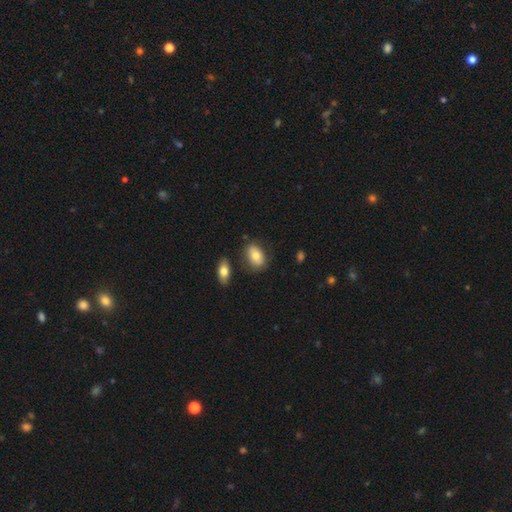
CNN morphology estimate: Q: Smooth or featured?
A: smooth (77%); runner-up: featured or disk (16%)
Q: How rounded?
A: in between (87%); runner-up: round (11%)
Q: Merging?
A: none (73%); runner-up: minor disturbance (16%)